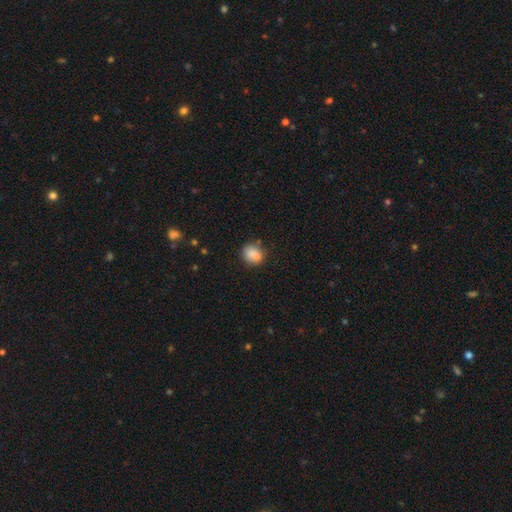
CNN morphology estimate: smooth 81%, featured or disk 10%, star or artifact 9%. Down the decision tree: how rounded — round (65%); merging — none (62%).